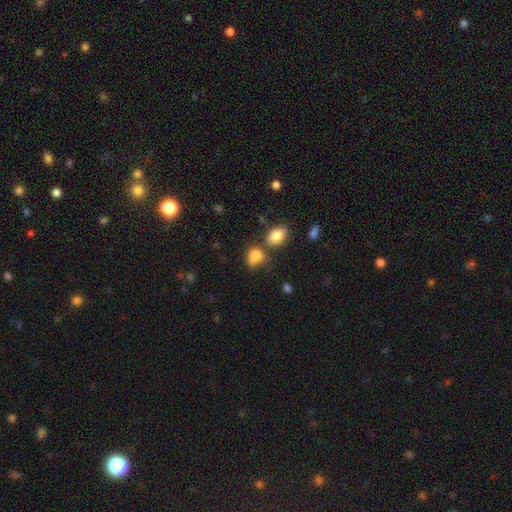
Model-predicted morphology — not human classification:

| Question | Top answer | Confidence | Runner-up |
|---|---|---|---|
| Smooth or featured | smooth | 81% | star or artifact (11%) |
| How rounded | in between | 57% | round (42%) |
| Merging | none | 45% | merger (27%) |